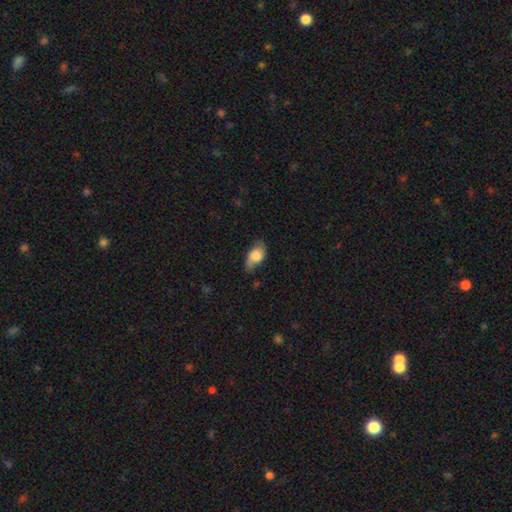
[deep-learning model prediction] This appears to be a smooth galaxy with no disk features (71%) that is in between round and cigar-shaped (87%). Merging: none (52%).